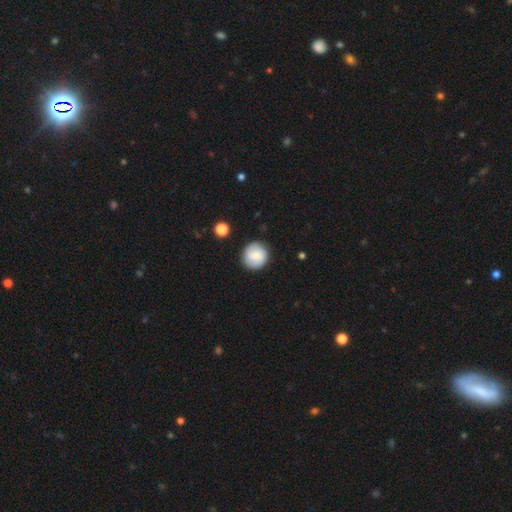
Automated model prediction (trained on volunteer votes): Smooth or featured: smooth — 71% (featured or disk — 22%)
How rounded: round — 94% (in between — 5%)
Merging: none — 88% (minor disturbance — 9%)